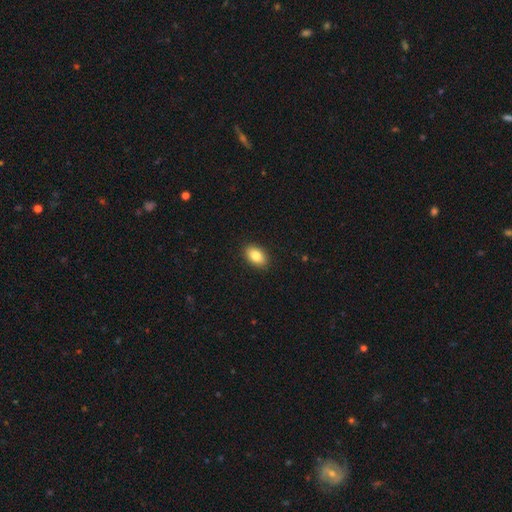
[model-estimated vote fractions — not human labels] smooth-or-featured: smooth: 84% | featured or disk: 9% | star or artifact: 7%
  how-rounded: in between: 90% | round: 8% | cigar-shaped: 2%
  merging: none: 90% | minor disturbance: 7% | major disturbance: 2% | merger: 1%